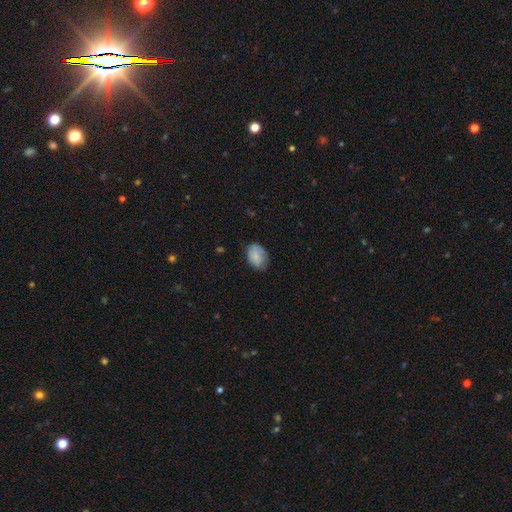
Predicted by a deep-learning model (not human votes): Overall: smooth (81%). How rounded: in between (79%). Merging: none (68%).